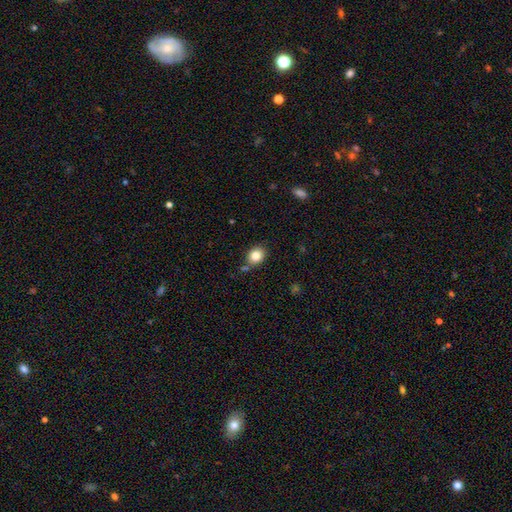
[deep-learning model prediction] smooth_or_featured: smooth (p=0.84) [alt: star or artifact p=0.10]
how_rounded: round (p=0.53) [alt: in between p=0.46]
merging: none (p=0.77) [alt: minor disturbance p=0.13]